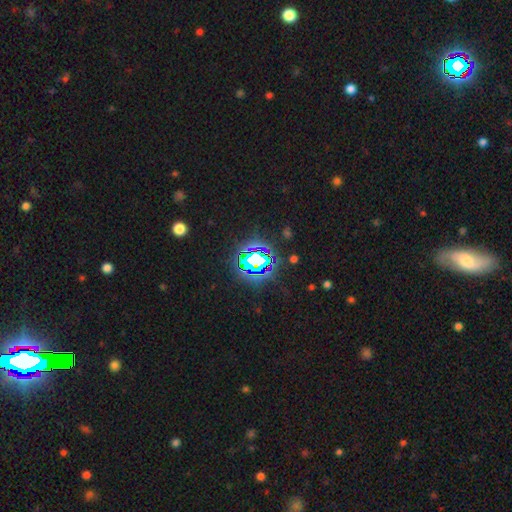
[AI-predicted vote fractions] A star or artifact, not a galaxy (75%).

Vote fractions:
- Smooth or featured? star or artifact: 75% / smooth: 14% / featured or disk: 11%